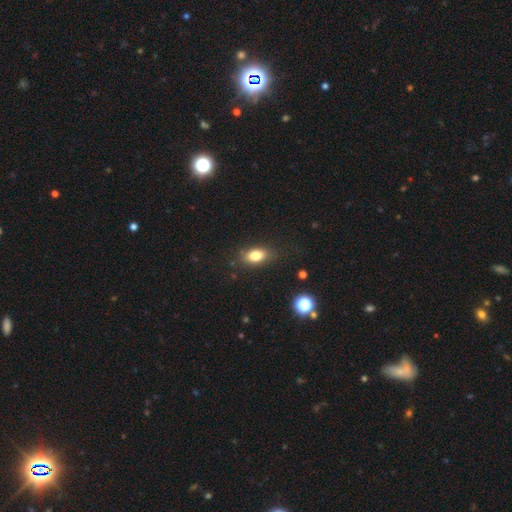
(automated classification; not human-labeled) Morphology: type=smooth (80%); roundness=in between (84%); merging=none (81%).